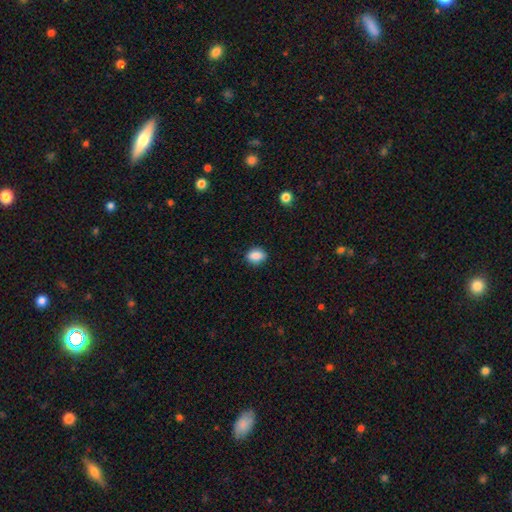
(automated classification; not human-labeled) Q: Smooth or featured?
A: smooth (86%); runner-up: star or artifact (9%)
Q: How rounded?
A: in between (65%); runner-up: round (33%)
Q: Merging?
A: none (84%); runner-up: minor disturbance (12%)